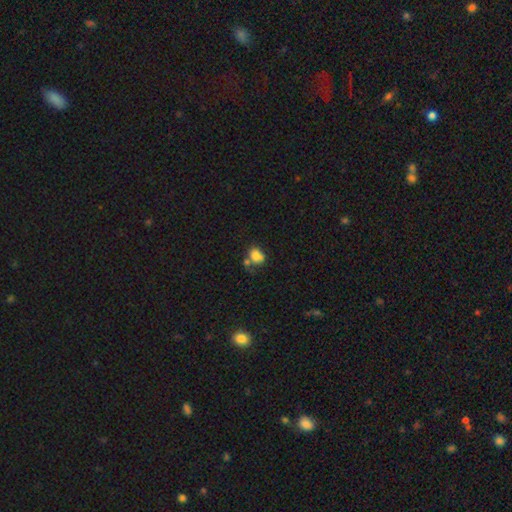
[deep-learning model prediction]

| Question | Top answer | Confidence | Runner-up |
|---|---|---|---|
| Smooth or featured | smooth | 77% | star or artifact (12%) |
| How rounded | in between | 57% | round (42%) |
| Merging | none | 40% | merger (29%) |